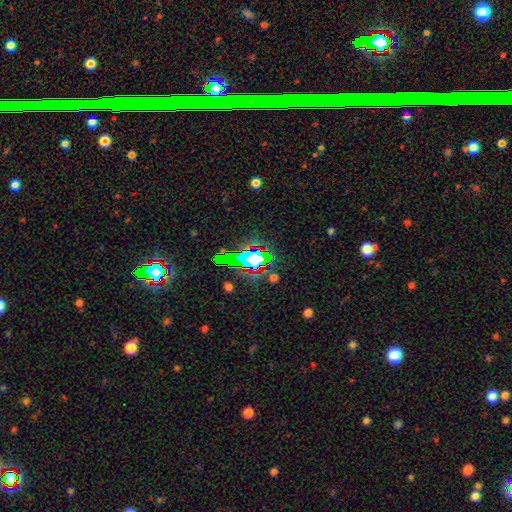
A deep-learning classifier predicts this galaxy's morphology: Smooth or featured? Predicted: star or artifact (p=0.60).